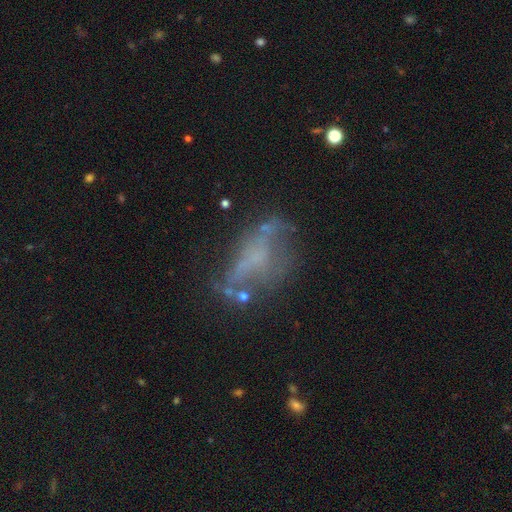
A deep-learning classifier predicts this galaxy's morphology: smooth_or_featured: featured or disk (p=0.52) [alt: smooth p=0.29]
disk_edge_on: no (p=0.90) [alt: yes p=0.10]
merging: none (p=0.41) [alt: major disturbance p=0.28]